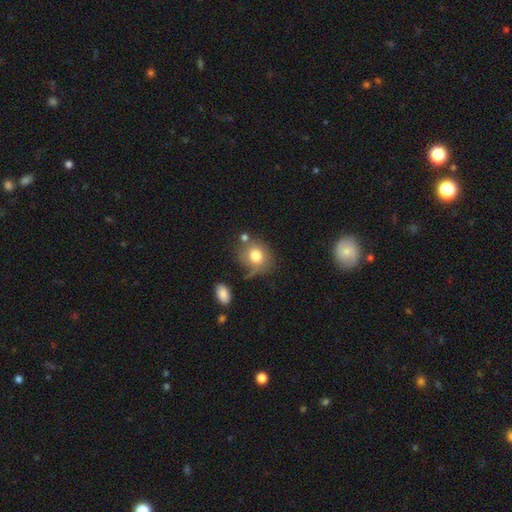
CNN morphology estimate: Smooth or featured?
  - smooth: 77% *
  - featured or disk: 13%
  - star or artifact: 10%
How rounded?
  - round: 68% *
  - in between: 31%
  - cigar-shaped: 1%
Merging?
  - none: 61% *
  - minor disturbance: 20%
  - merger: 11%
  - major disturbance: 8%